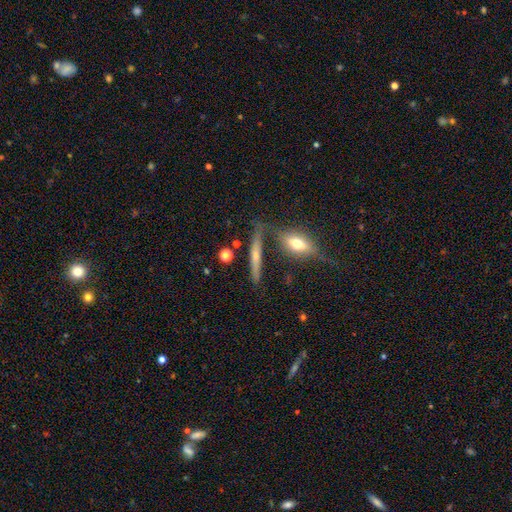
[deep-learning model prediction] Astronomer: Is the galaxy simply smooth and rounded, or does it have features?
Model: featured or disk — 51% (runner-up: smooth, 40%).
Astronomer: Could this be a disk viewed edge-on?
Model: yes — 88%.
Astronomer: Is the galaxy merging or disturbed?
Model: none — 70%.